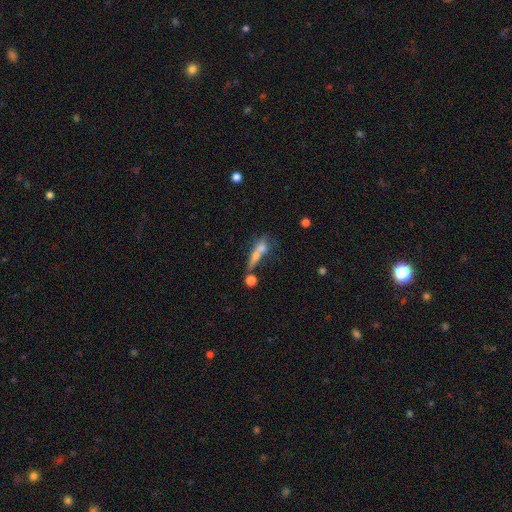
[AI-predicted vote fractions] This is possibly a smooth galaxy (57%). How rounded: possibly cigar-shaped (57%). Merging: marginally merger (38%).